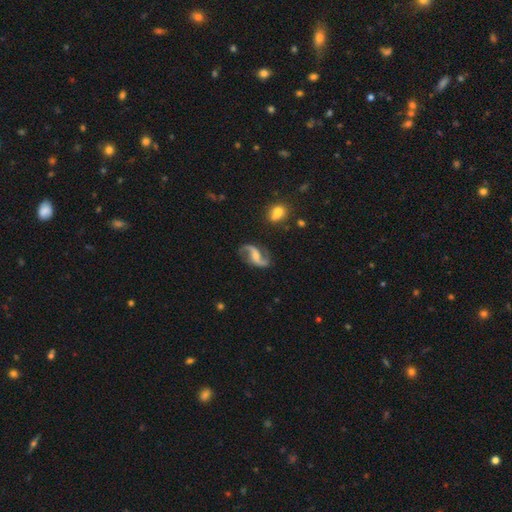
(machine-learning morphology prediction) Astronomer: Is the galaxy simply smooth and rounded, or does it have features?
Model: featured or disk — 90%.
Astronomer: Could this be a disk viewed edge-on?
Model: no — 98%.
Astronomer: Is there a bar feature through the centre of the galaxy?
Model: weak — 42% (runner-up: no, 37%).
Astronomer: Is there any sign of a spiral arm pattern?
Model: yes — 97%.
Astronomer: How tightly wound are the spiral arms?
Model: loose — 80%.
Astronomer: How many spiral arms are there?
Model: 2 — 94%.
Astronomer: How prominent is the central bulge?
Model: small — 44% (runner-up: moderate, 31%).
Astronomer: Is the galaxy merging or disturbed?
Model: none — 77%.